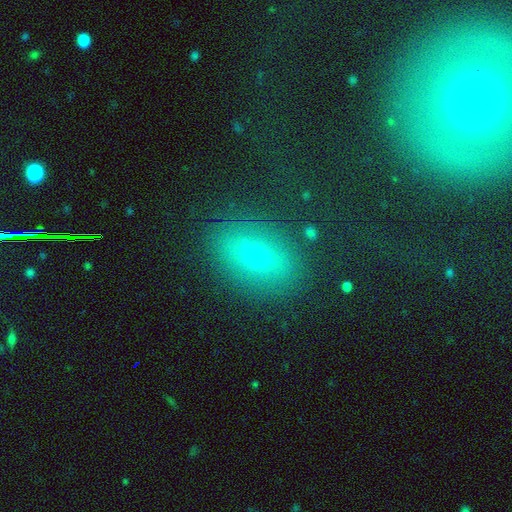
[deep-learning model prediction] Smooth or featured?
  - smooth: 56% *
  - star or artifact: 23%
  - featured or disk: 20%
How rounded?
  - in between: 76% *
  - round: 21%
  - cigar-shaped: 3%
Merging?
  - none: 84% *
  - minor disturbance: 10%
  - major disturbance: 5%
  - merger: 2%